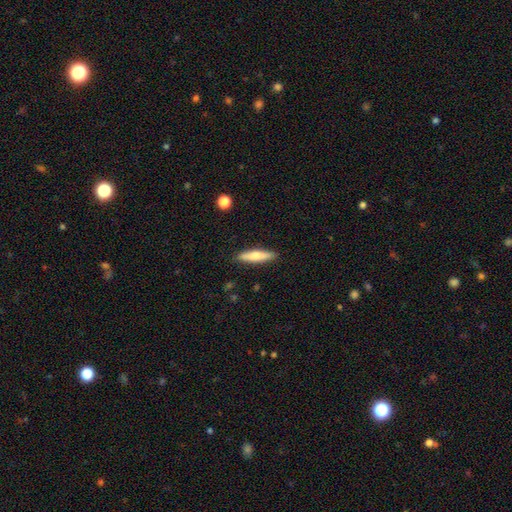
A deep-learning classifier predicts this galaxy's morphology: Q: Smooth or featured?
A: smooth (64%); runner-up: featured or disk (30%)
Q: How rounded?
A: cigar-shaped (82%); runner-up: in between (17%)
Q: Merging?
A: none (89%); runner-up: minor disturbance (8%)